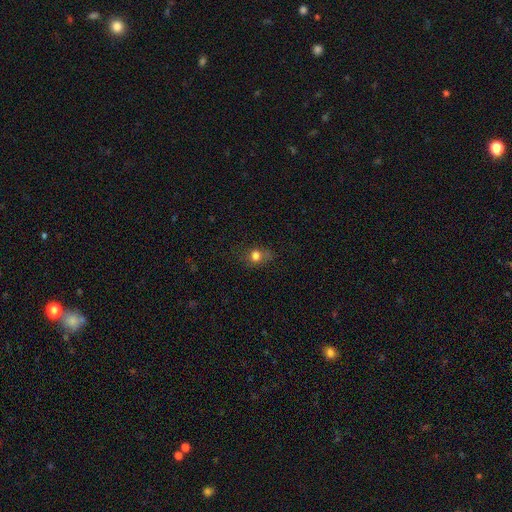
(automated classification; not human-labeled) Q: Smooth or featured?
A: smooth (74%); runner-up: star or artifact (16%)
Q: How rounded?
A: round (61%); runner-up: in between (37%)
Q: Merging?
A: none (63%); runner-up: minor disturbance (24%)